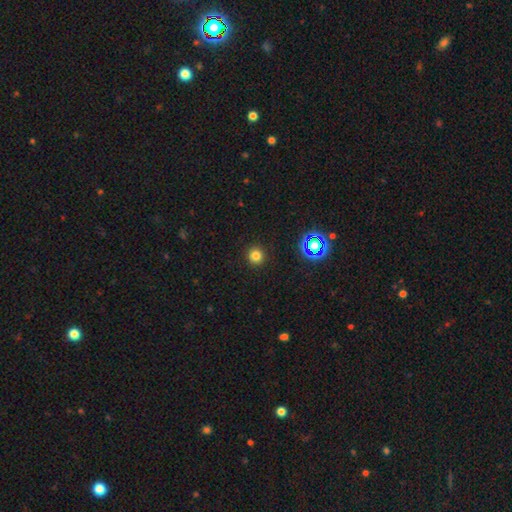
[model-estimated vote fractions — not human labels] This is likely a smooth galaxy (78%). How rounded: clearly round (95%). Merging: clearly none (92%).